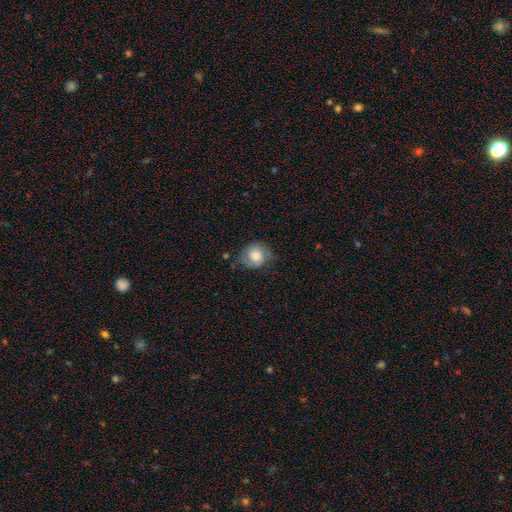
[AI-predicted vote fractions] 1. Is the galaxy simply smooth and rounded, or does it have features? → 55% smooth, 36% featured or disk, 8% star or artifact.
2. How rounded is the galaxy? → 77% round, 21% in between, 1% cigar-shaped.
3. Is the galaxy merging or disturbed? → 56% none, 30% minor disturbance, 12% major disturbance, 2% merger.